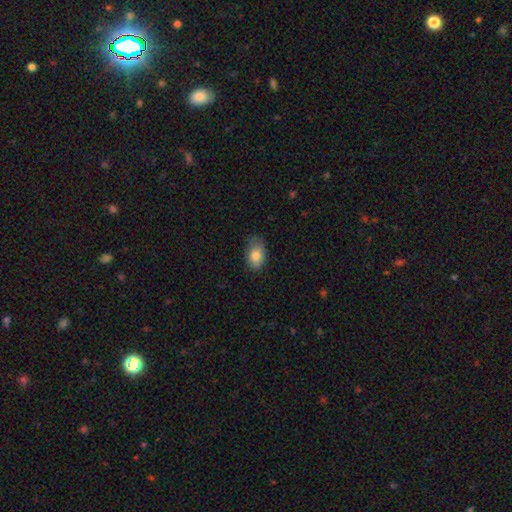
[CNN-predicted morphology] smooth-or-featured: smooth: 82% | featured or disk: 10% | star or artifact: 8%
  how-rounded: in between: 89% | round: 10% | cigar-shaped: 1%
  merging: none: 70% | minor disturbance: 25% | major disturbance: 5% | merger: 1%